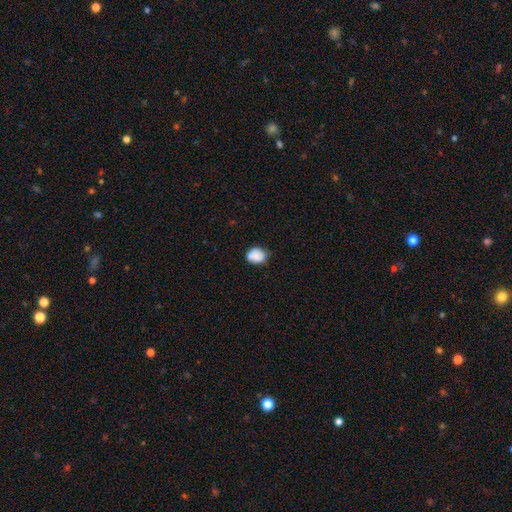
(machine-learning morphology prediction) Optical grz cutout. It shows a smooth galaxy with no disk features (84%) that is round (52%). Merging: none (67%).